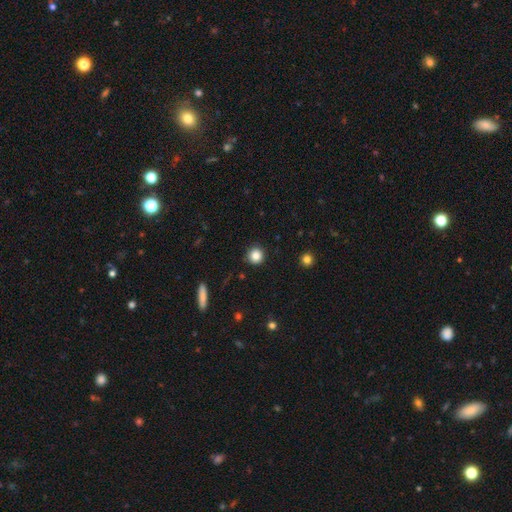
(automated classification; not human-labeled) A smooth galaxy with no disk features (84%) that is round (94%).

Vote fractions:
- Smooth or featured? smooth: 84% / star or artifact: 11% / featured or disk: 5%
- How rounded? round: 94% / in between: 5% / cigar-shaped: 1%
- Merging? none: 91% / minor disturbance: 6% / major disturbance: 2% / merger: 1%